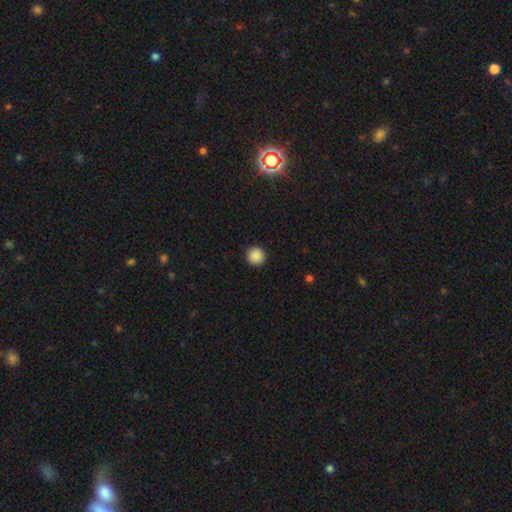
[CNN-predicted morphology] The model was most divided on "smooth or featured": smooth: 87%, star or artifact: 9%, featured or disk: 4%. More confident: how rounded — round (93%); merging — none (92%).